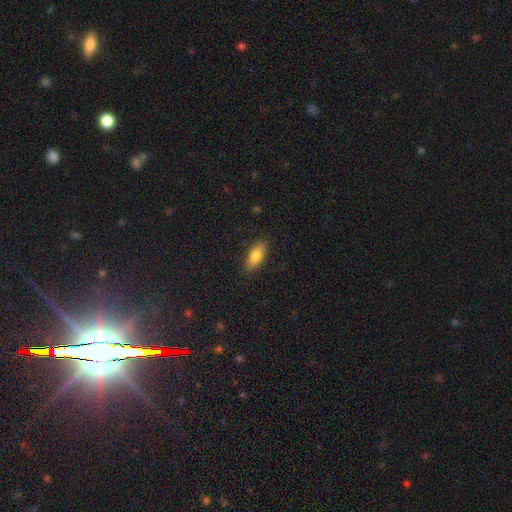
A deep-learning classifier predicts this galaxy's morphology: A smooth galaxy with no disk features (79%) that is in between round and cigar-shaped (82%). Merging: none (87%).